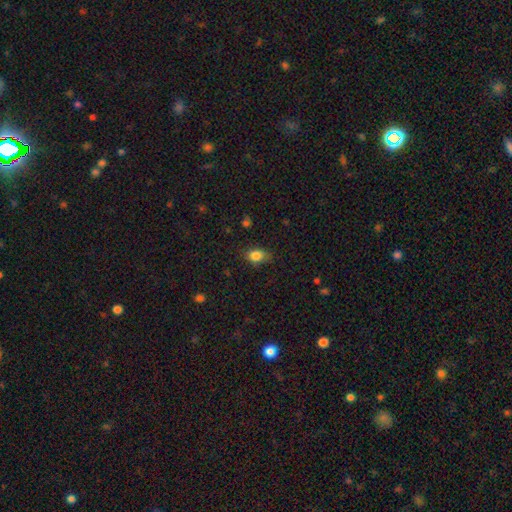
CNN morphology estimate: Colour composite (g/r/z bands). It shows a smooth galaxy with no disk features (84%) that is in between round and cigar-shaped (74%). Merging: none (74%).